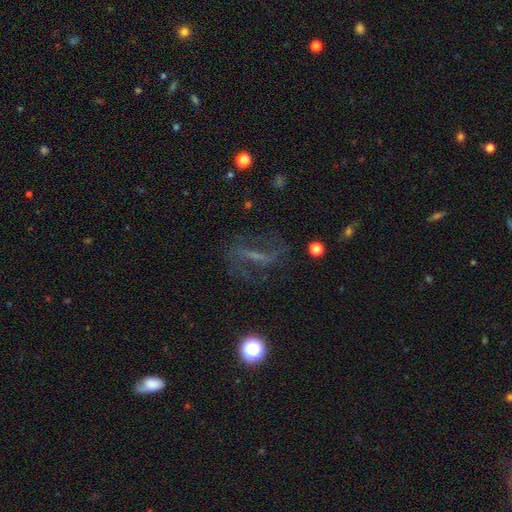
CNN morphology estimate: featured or disk 60%, smooth 20%, star or artifact 20%. Down the decision tree: edge-on disk — no (82%); merging — none (66%).